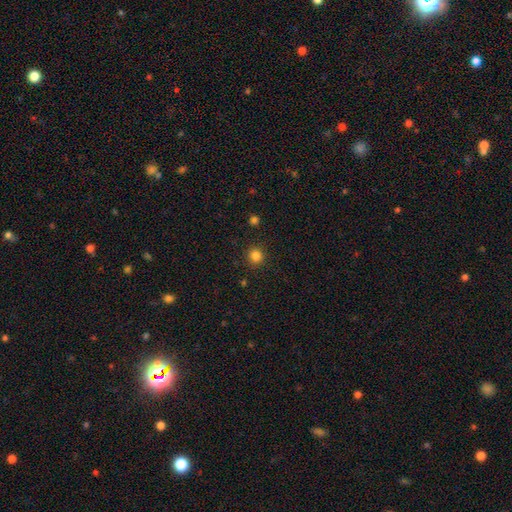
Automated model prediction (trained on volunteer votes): This appears to be a smooth galaxy with no disk features (83%) that is round (93%). Merging: none (91%).